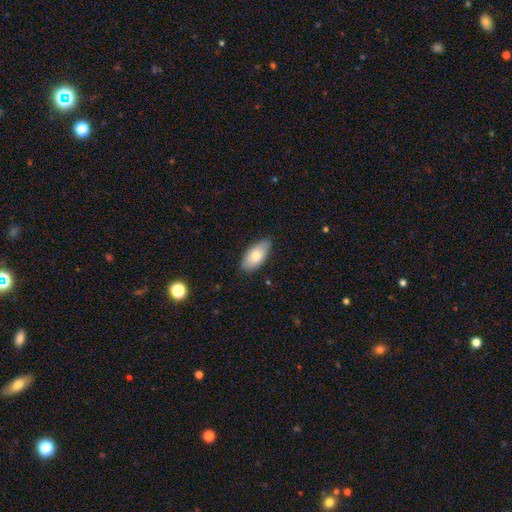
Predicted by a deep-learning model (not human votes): Smooth or featured?
  - smooth: 77% *
  - featured or disk: 17%
  - star or artifact: 6%
How rounded?
  - in between: 92% *
  - cigar-shaped: 5%
  - round: 3%
Merging?
  - none: 85% *
  - minor disturbance: 12%
  - major disturbance: 2%
  - merger: 1%